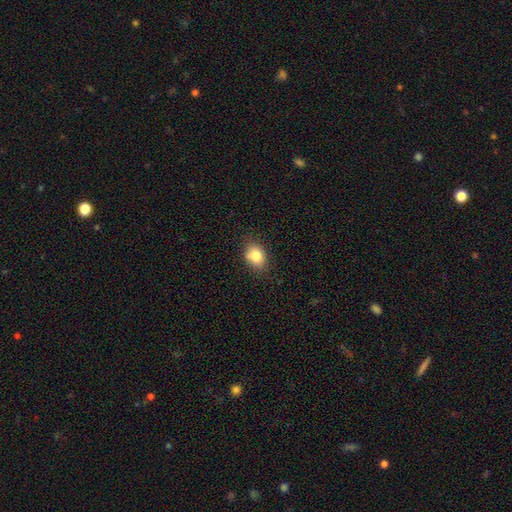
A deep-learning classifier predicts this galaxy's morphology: Q: Smooth or featured?
A: smooth (82%); runner-up: star or artifact (10%)
Q: How rounded?
A: in between (62%); runner-up: round (36%)
Q: Merging?
A: none (75%); runner-up: minor disturbance (17%)